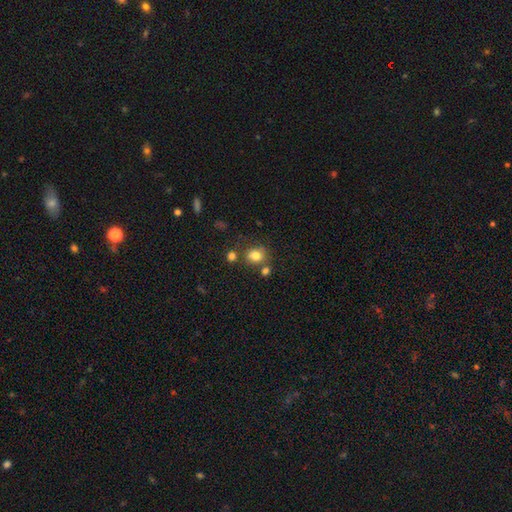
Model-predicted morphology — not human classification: This appears to be a smooth galaxy with no disk features (78%) that is round (60%). Merging: none (64%).